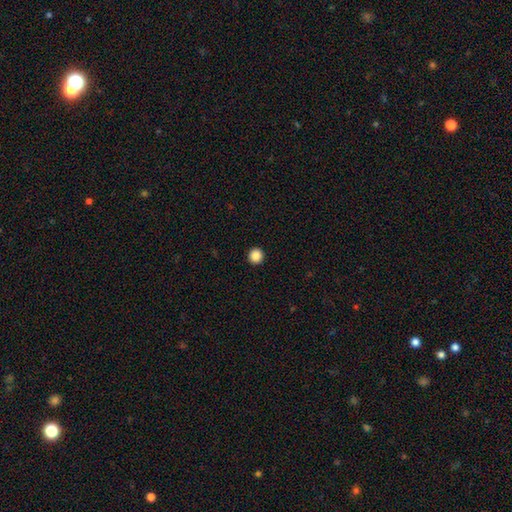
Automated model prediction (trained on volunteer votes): This is clearly a smooth galaxy (88%). How rounded: clearly round (95%). Merging: clearly none (94%).